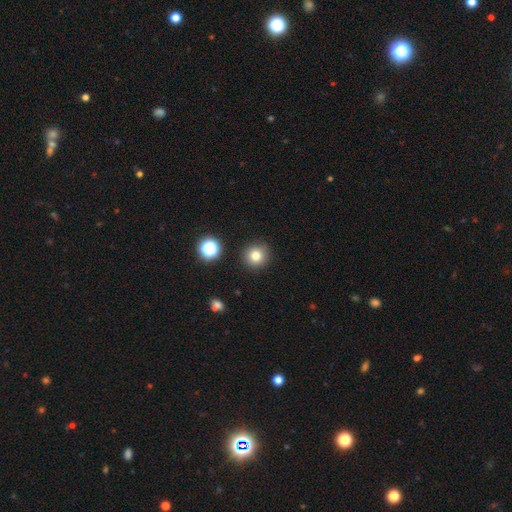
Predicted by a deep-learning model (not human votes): smooth_or_featured: smooth (p=0.79) [alt: star or artifact p=0.13]
how_rounded: round (p=0.94) [alt: in between p=0.05]
merging: none (p=0.89) [alt: minor disturbance p=0.07]